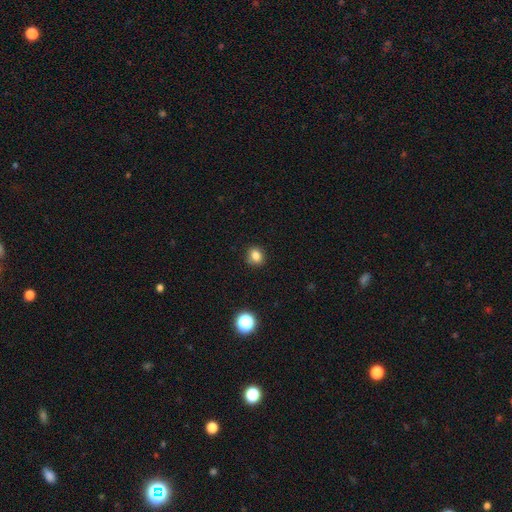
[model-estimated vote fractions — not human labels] smooth_or_featured: smooth (p=0.82) [alt: star or artifact p=0.12]
how_rounded: round (p=0.64) [alt: in between p=0.35]
merging: none (p=0.83) [alt: minor disturbance p=0.13]